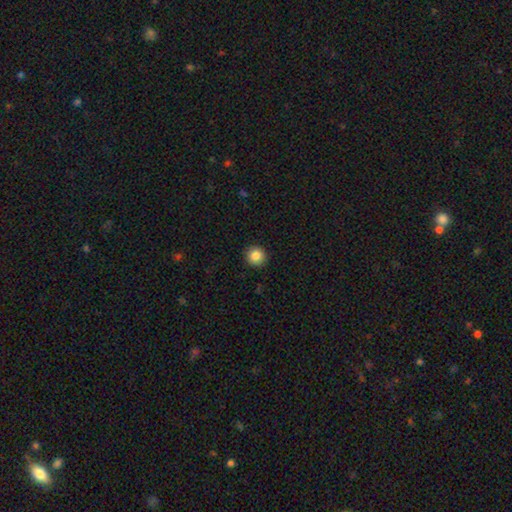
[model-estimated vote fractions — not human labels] A smooth galaxy with no disk features (85%) that is round (94%).

Vote fractions:
- Smooth or featured? smooth: 85% / star or artifact: 10% / featured or disk: 5%
- How rounded? round: 94% / in between: 5% / cigar-shaped: 1%
- Merging? none: 93% / minor disturbance: 5% / major disturbance: 2% / merger: 1%